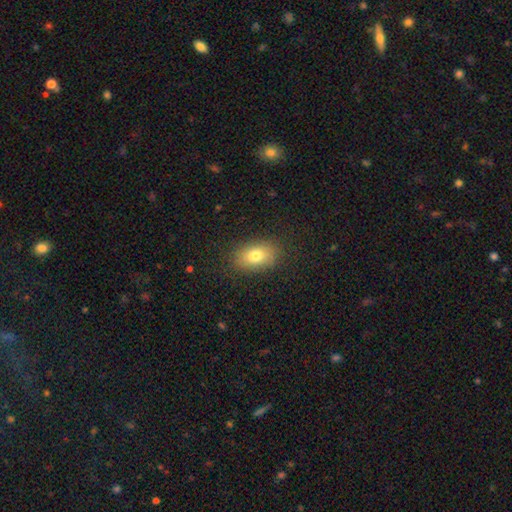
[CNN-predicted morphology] smooth 78%, featured or disk 12%, star or artifact 10%. Down the decision tree: how rounded — in between (85%); merging — none (85%).